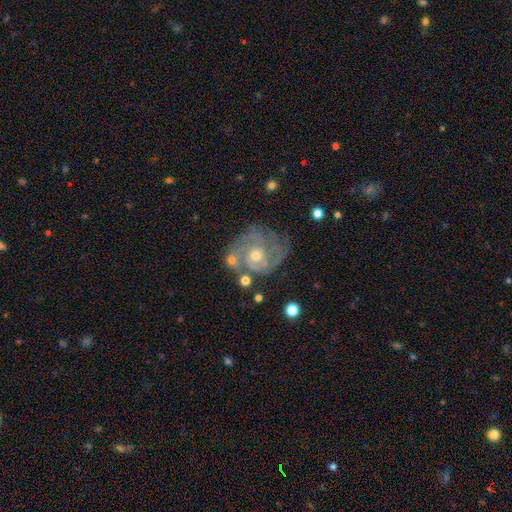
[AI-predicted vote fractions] featured or disk 83%, smooth 9%, star or artifact 8%. Down the decision tree: edge-on disk — no (98%); bar — no (74%); spiral arms — yes (94%); spiral arm count — 3 (32%); spiral winding — tight (60%); bulge size — moderate (57%); merging — none (67%).